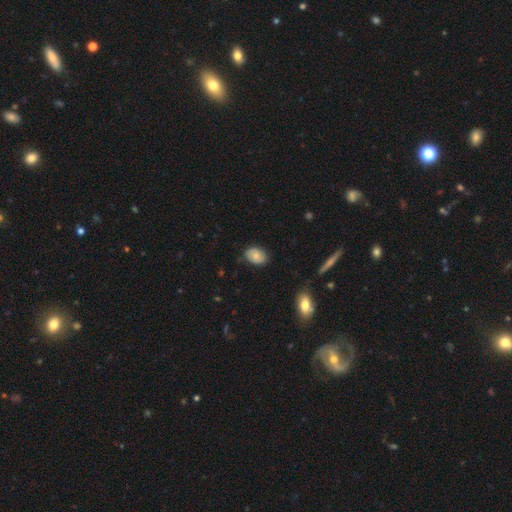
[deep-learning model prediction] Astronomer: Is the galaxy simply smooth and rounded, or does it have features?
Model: smooth — 75%.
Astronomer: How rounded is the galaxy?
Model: in between — 81%.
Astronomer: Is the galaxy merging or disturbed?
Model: none — 77%.